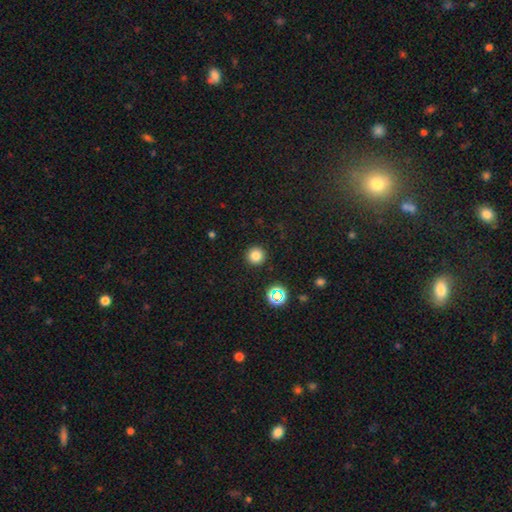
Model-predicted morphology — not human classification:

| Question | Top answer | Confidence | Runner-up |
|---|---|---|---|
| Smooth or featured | smooth | 79% | star or artifact (16%) |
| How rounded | round | 96% | in between (3%) |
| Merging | none | 91% | minor disturbance (5%) |